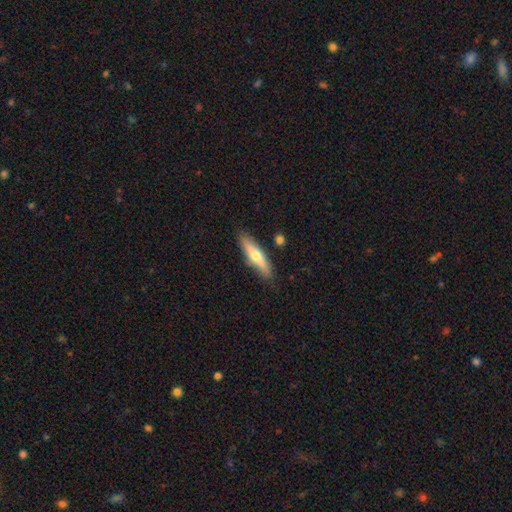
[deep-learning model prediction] This is possibly a smooth galaxy (52%). How rounded: likely cigar-shaped (74%). Merging: clearly none (84%).